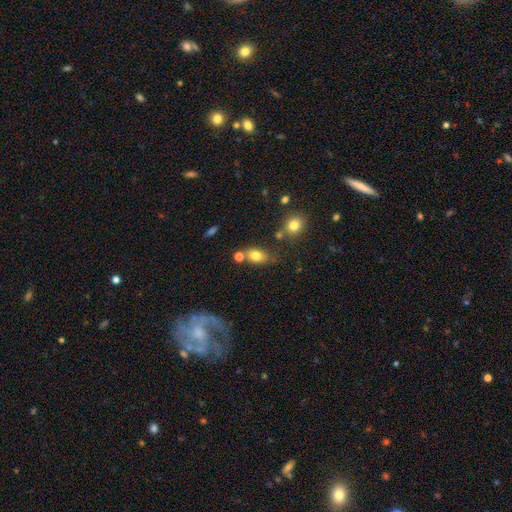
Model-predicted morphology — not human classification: This appears to be a smooth galaxy with no disk features (79%) that is in between round and cigar-shaped (78%). Merging: none (62%).